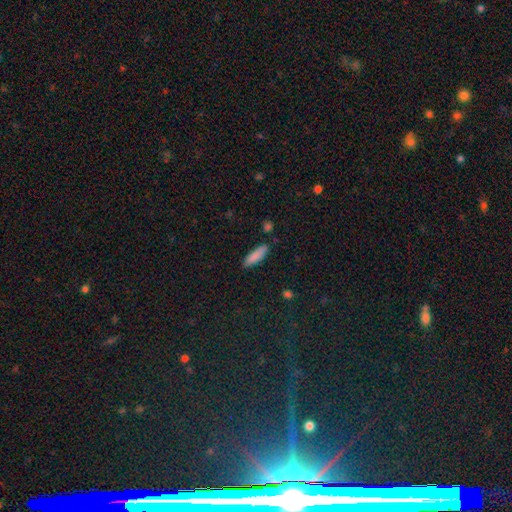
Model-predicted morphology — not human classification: The model was most divided on "how rounded": cigar-shaped: 60%, in between: 38%, round: 2%. More confident: smooth or featured — smooth (86%); merging — none (84%).